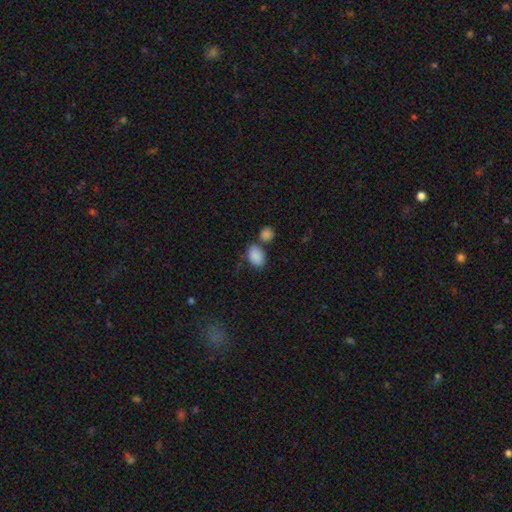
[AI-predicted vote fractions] Smooth or featured: smooth — 88% (star or artifact — 8%)
How rounded: in between — 86% (round — 13%)
Merging: none — 59% (merger — 22%)